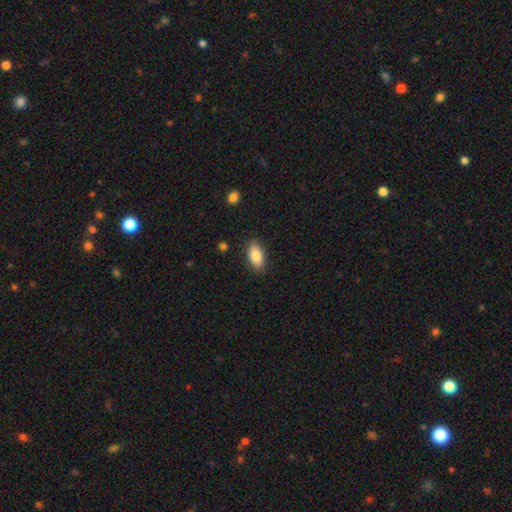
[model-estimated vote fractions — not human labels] Smooth or featured: smooth — 84% (featured or disk — 9%)
How rounded: in between — 91% (cigar-shaped — 6%)
Merging: none — 85% (minor disturbance — 11%)